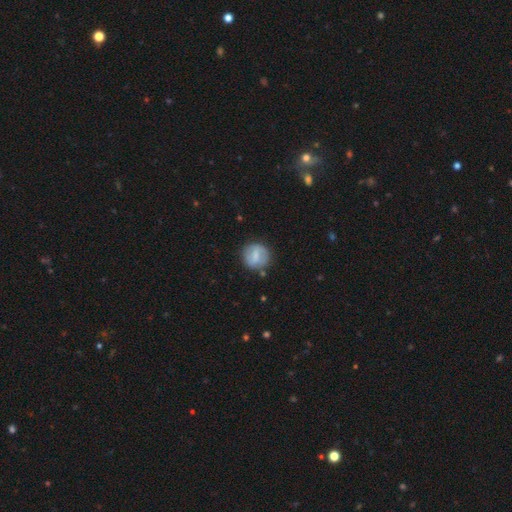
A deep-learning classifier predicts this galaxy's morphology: Smooth or featured? smooth (58%)
How rounded? round (86%)
Merging? none (80%)